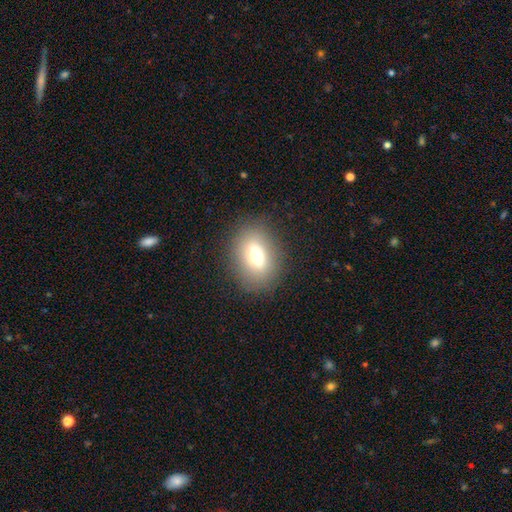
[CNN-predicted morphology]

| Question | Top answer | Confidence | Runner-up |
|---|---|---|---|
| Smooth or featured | smooth | 62% | featured or disk (25%) |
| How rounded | in between | 67% | round (29%) |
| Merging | none | 84% | minor disturbance (10%) |